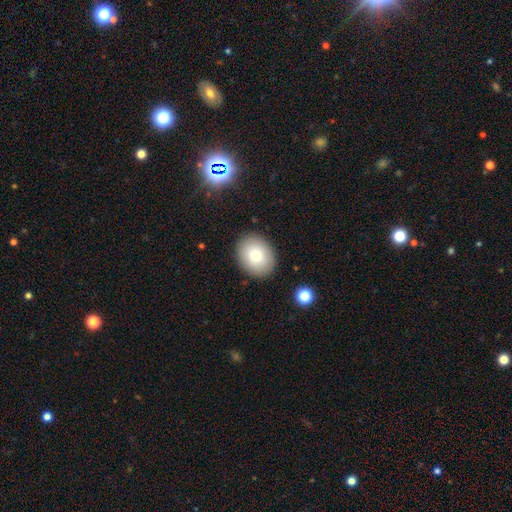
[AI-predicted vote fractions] Morphology: type=smooth (78%); roundness=in between (52%); merging=none (88%).